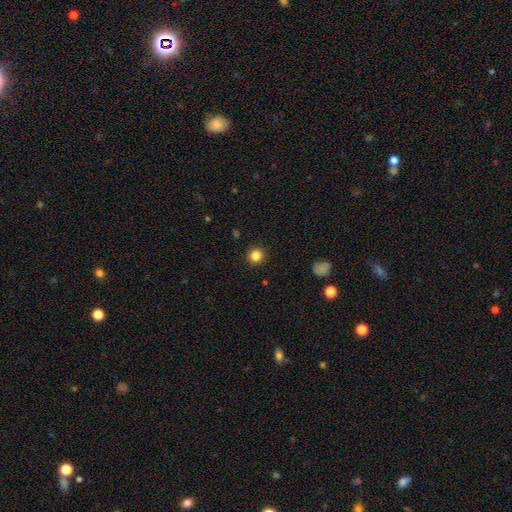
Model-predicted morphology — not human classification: Q: Smooth or featured?
A: smooth (84%); runner-up: star or artifact (12%)
Q: How rounded?
A: round (93%); runner-up: in between (6%)
Q: Merging?
A: none (92%); runner-up: minor disturbance (5%)